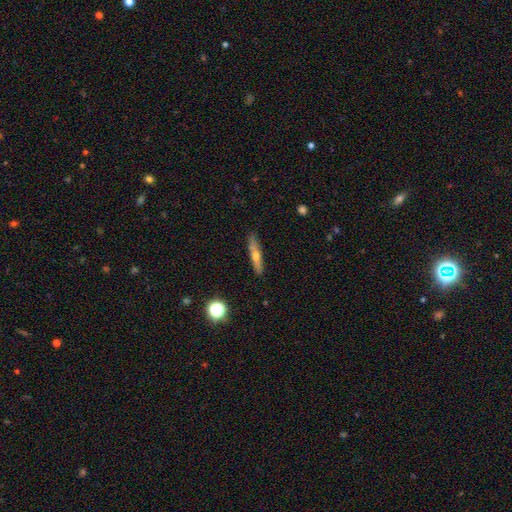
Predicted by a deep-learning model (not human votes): The model was most divided on "smooth or featured": smooth: 49%, featured or disk: 44%, star or artifact: 8%. More confident: merging — none (83%).